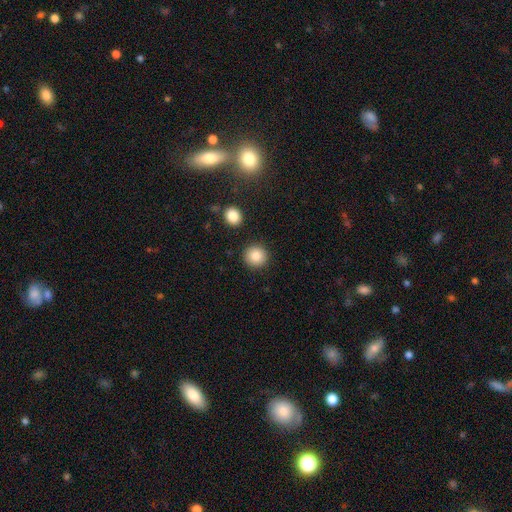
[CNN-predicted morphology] This appears to be a smooth galaxy with no disk features (85%) that is round (93%). Merging: none (90%).